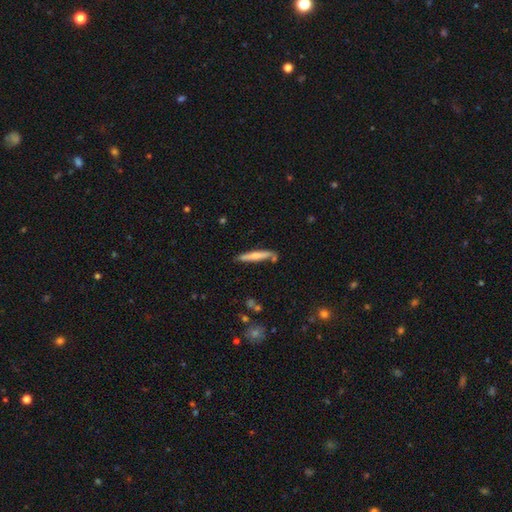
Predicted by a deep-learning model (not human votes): Smooth or featured? Predicted: smooth (p=0.62). How rounded? Predicted: cigar-shaped (p=0.93). Merging? Predicted: none (p=0.81).